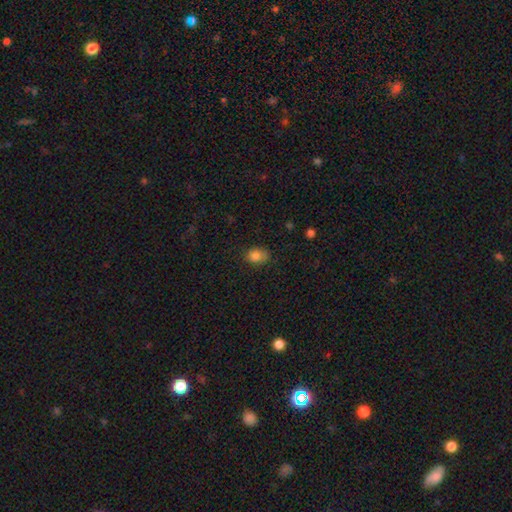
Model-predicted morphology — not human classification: Smooth or featured: smooth — 84% (star or artifact — 11%)
How rounded: in between — 63% (round — 35%)
Merging: none — 68% (minor disturbance — 24%)